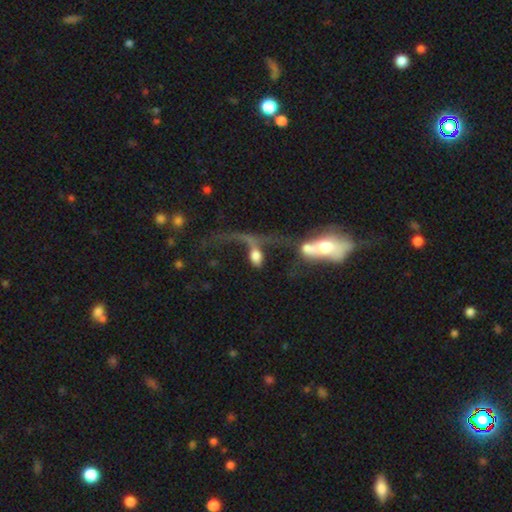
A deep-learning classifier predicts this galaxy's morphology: A smooth galaxy with no disk features (48%).

Vote fractions:
- Smooth or featured? smooth: 48% / featured or disk: 41% / star or artifact: 12%
- Merging? merger: 56% / major disturbance: 25% / none: 12% / minor disturbance: 7%